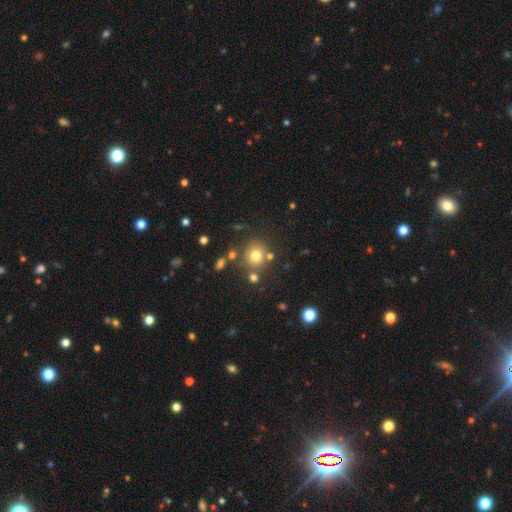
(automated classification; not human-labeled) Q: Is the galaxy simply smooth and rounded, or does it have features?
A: smooth — 75%.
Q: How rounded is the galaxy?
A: round — 88%.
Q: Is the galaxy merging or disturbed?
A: none — 76%.